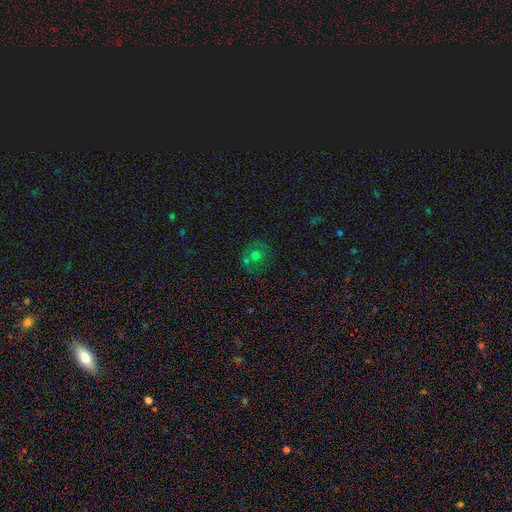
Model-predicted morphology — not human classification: smooth_or_featured: smooth (p=0.51) [alt: featured or disk p=0.26]
how_rounded: round (p=0.82) [alt: in between p=0.17]
merging: none (p=0.53) [alt: merger p=0.25]